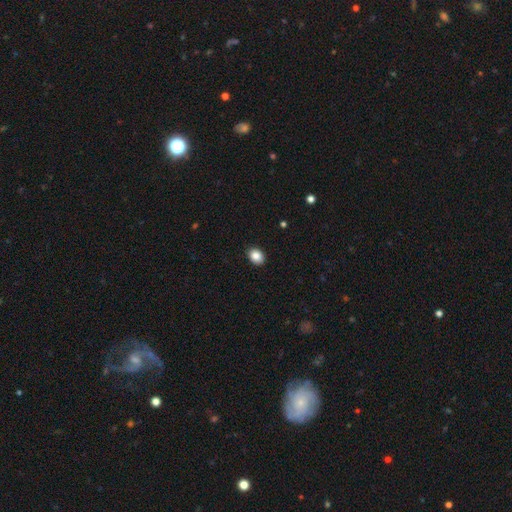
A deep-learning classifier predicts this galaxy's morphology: A smooth galaxy with no disk features (86%) that is in between round and cigar-shaped (62%). Merging: none (90%).